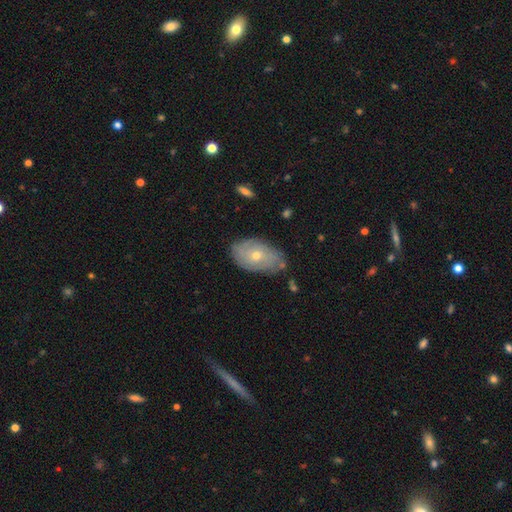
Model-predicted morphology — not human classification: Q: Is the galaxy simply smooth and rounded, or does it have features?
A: featured or disk — 54%.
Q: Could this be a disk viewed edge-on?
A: no — 91%.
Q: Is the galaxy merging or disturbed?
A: none — 73%.